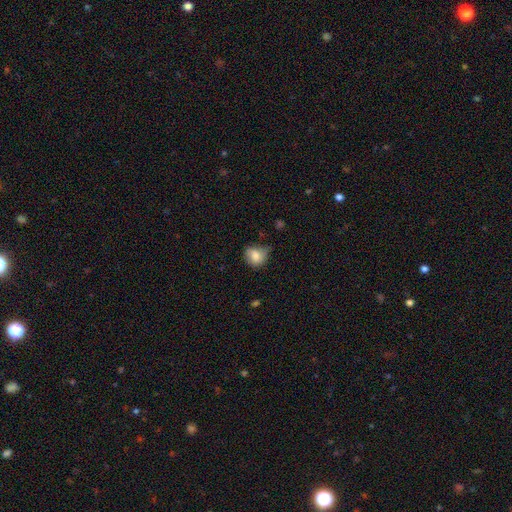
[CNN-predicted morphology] smooth 78%, featured or disk 13%, star or artifact 9%. Down the decision tree: how rounded — round (72%); merging — none (53%).